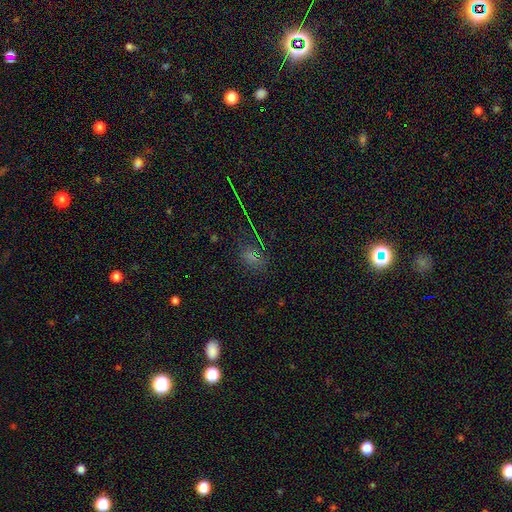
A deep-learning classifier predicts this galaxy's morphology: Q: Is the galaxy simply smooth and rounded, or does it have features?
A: star or artifact — 45%, tied with smooth.